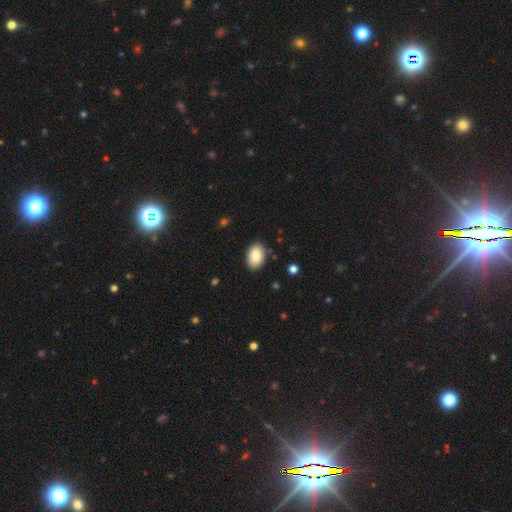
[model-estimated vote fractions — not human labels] A smooth galaxy with no disk features (87%) that is in between round and cigar-shaped (89%).

Vote fractions:
- Smooth or featured? smooth: 87% / star or artifact: 7% / featured or disk: 6%
- How rounded? in between: 89% / round: 10% / cigar-shaped: 1%
- Merging? none: 87% / minor disturbance: 9% / major disturbance: 2% / merger: 1%